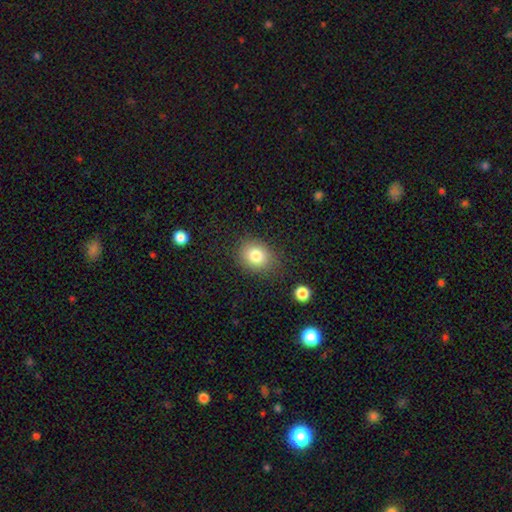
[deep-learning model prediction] This appears to be a smooth galaxy with no disk features (82%) that is round (61%). Merging: none (83%).